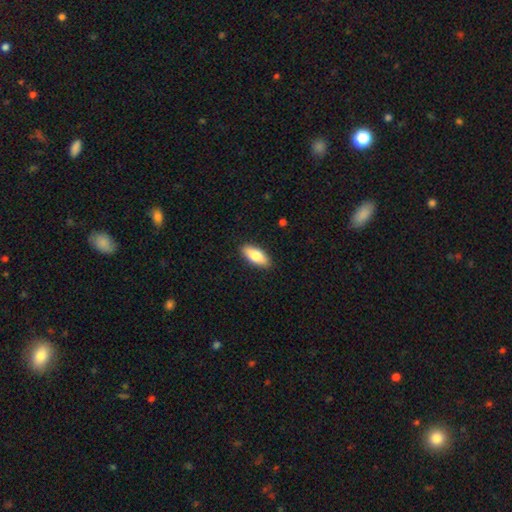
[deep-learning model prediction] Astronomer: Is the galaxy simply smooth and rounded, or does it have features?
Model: smooth — 77%.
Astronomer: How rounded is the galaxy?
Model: in between — 80%.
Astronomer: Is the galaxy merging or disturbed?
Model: none — 89%.